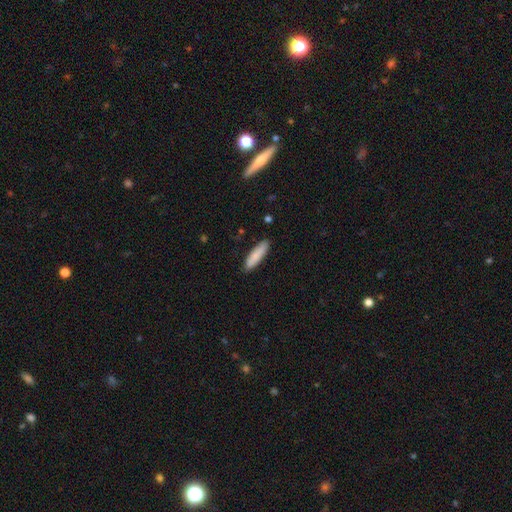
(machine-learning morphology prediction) A smooth galaxy with no disk features (85%) that is cigar-shaped (66%).

Vote fractions:
- Smooth or featured? smooth: 85% / featured or disk: 9% / star or artifact: 6%
- How rounded? cigar-shaped: 66% / in between: 33% / round: 1%
- Merging? none: 87% / minor disturbance: 10% / major disturbance: 2% / merger: 1%